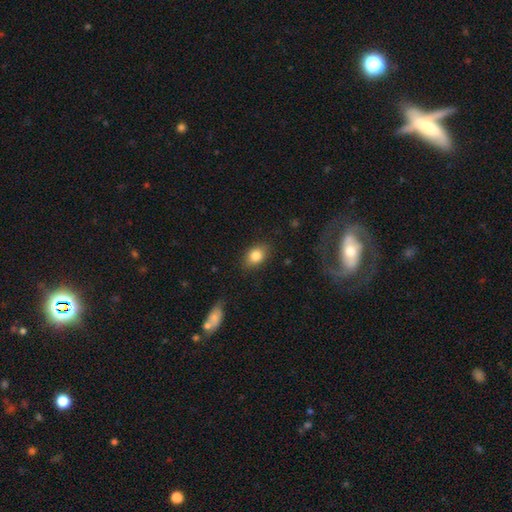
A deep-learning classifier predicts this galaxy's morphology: This is clearly a smooth galaxy (84%). How rounded: likely in between (75%). Merging: clearly none (83%).